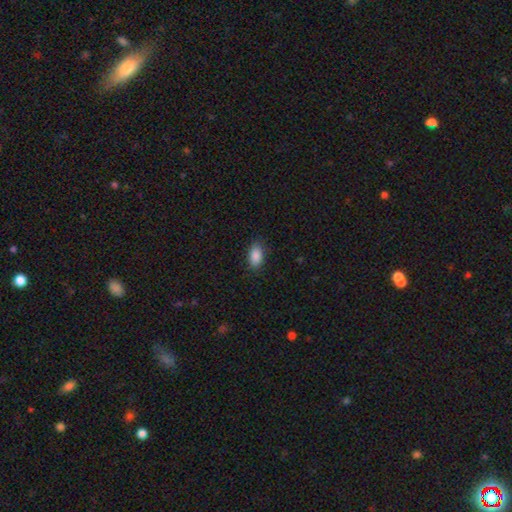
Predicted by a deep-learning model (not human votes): Smooth or featured: smooth — 88% (star or artifact — 8%)
How rounded: in between — 92% (round — 6%)
Merging: none — 85% (minor disturbance — 12%)